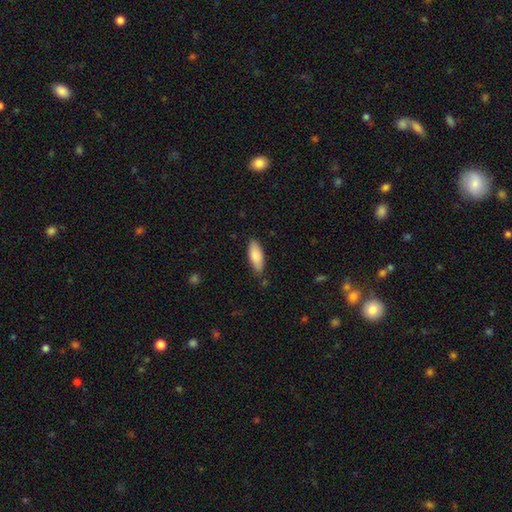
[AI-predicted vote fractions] Overall: smooth (83%). How rounded: in between (74%). Merging: none (81%).